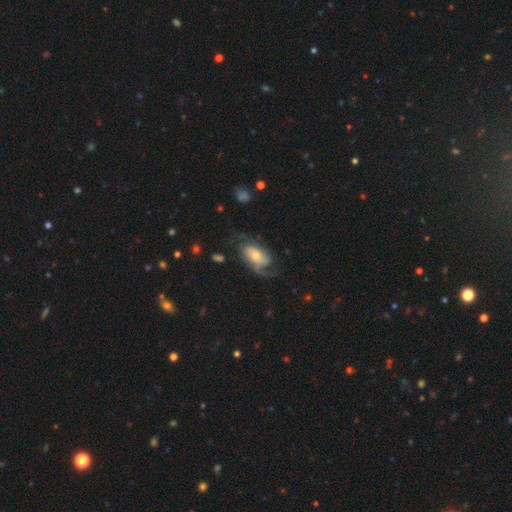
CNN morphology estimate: A featured or disk galaxy (68%) with no bar (59%), 2 (67%) medium (41%, tied with loose) spiral arms (90%) and a moderate central bulge (47%).

Vote fractions:
- Smooth or featured? featured or disk: 68% / smooth: 25% / star or artifact: 6%
- Edge-on disk? no: 95% / yes: 5%
- Bar? no: 59% / weak: 31% / strong: 10%
- Spiral arms? yes: 90% / no: 10%
- Spiral winding? medium: 41% (tied) / loose: 41% (tied) / tight: 18%
- Spiral arm count? 2: 67% / can't tell: 12% / 1: 10% / 3: 6% / 4: 2% / more than 4: 2%
- Bulge size? moderate: 47% / small: 37% / large: 11% / none: 3% / dominant: 2%
- Merging? none: 54% / major disturbance: 23% / minor disturbance: 21% / merger: 2%